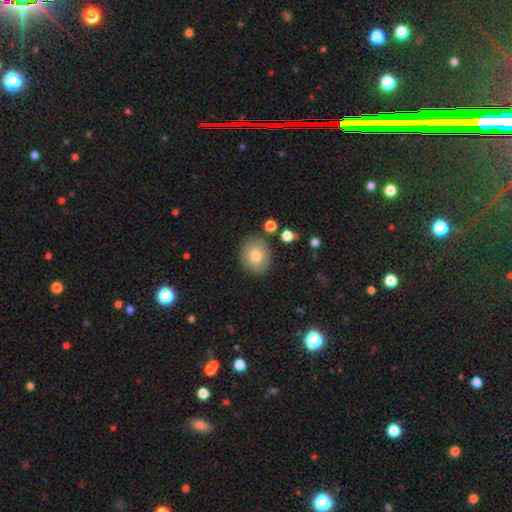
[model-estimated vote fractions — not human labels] Smooth or featured? Predicted: smooth (p=0.77). How rounded? Predicted: round (p=0.71). Merging? Predicted: none (p=0.83).